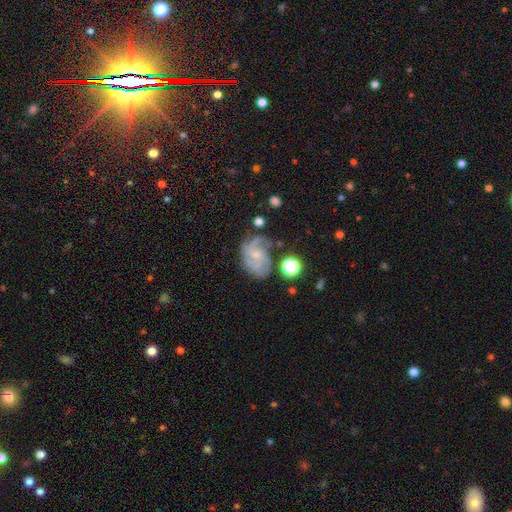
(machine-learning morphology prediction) This appears to be a featured or disk galaxy (73%) with no bar (66%), 3 (29%) medium (44%) spiral arms (91%) and a small central bulge (63%). Merging: none (51%).